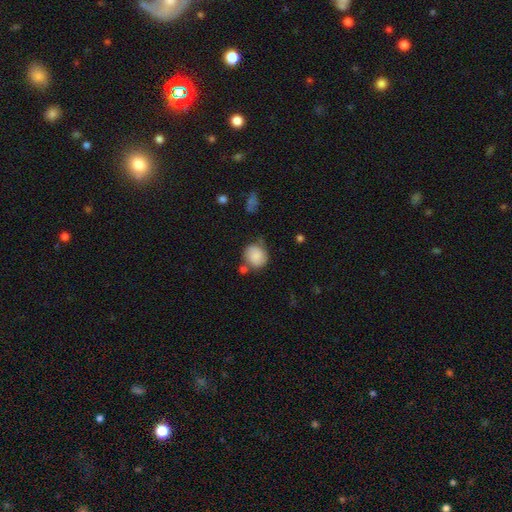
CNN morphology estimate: This appears to be a smooth galaxy with no disk features (76%) that is round (78%). Merging: none (56%).